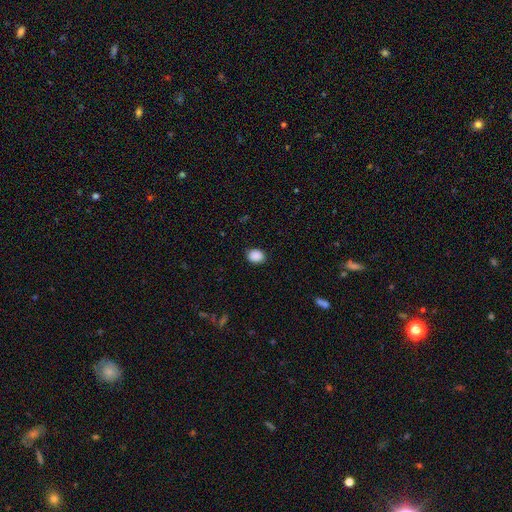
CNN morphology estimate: Smooth or featured?
  - smooth: 89% *
  - star or artifact: 8%
  - featured or disk: 3%
How rounded?
  - in between: 56% *
  - round: 43%
  - cigar-shaped: 1%
Merging?
  - none: 88% *
  - minor disturbance: 9%
  - major disturbance: 2%
  - merger: 1%